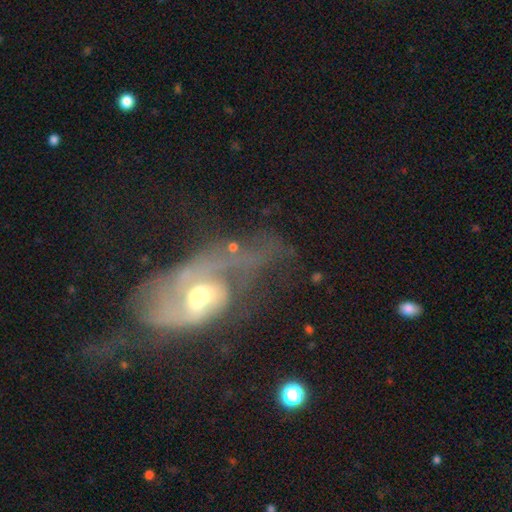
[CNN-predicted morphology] Smooth or featured?
  - featured or disk: 77% *
  - smooth: 14%
  - star or artifact: 9%
Edge-on disk?
  - no: 94% *
  - yes: 6%
Bar?
  - no: 56% *
  - weak: 34%
  - strong: 11%
Spiral arms?
  - yes: 77% *
  - no: 23%
Spiral winding?
  - loose: 42% *
  - medium: 38%
  - tight: 21%
Spiral arm count?
  - 2: 52% *
  - can't tell: 20%
  - 1: 19%
  - 3: 4%
  - 4: 2%
  - more than 4: 2%
Bulge size?
  - moderate: 68% *
  - small: 20%
  - large: 9%
  - none: 1%
  - dominant: 1%
Merging?
  - major disturbance: 49% *
  - none: 24%
  - minor disturbance: 19%
  - merger: 8%